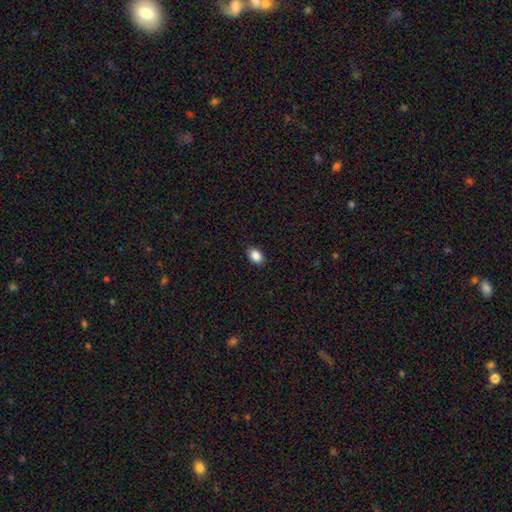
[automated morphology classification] Smooth or featured: smooth — 88% (star or artifact — 8%)
How rounded: in between — 78% (round — 21%)
Merging: none — 87% (minor disturbance — 10%)